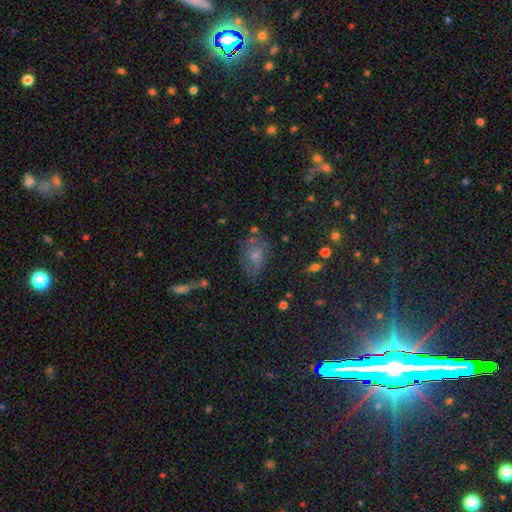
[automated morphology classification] A smooth galaxy with no disk features (59%) that is in between round and cigar-shaped (80%).

Vote fractions:
- Smooth or featured? smooth: 59% / featured or disk: 22% / star or artifact: 19%
- How rounded? in between: 80% / round: 17% / cigar-shaped: 3%
- Merging? none: 56% / minor disturbance: 24% / major disturbance: 13% / merger: 6%